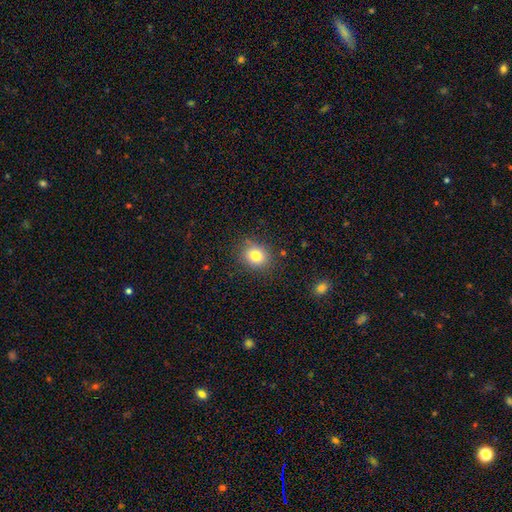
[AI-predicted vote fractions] smooth_or_featured: smooth (p=0.80) [alt: star or artifact p=0.11]
how_rounded: round (p=0.65) [alt: in between p=0.34]
merging: none (p=0.81) [alt: minor disturbance p=0.14]